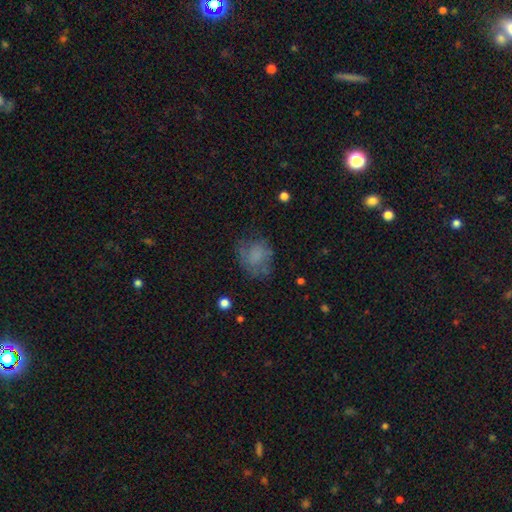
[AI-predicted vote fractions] Overall: smooth (60%; featured or disk 27%). How rounded: round (63%; in between 36%). Merging: none (56%; minor disturbance 24%).